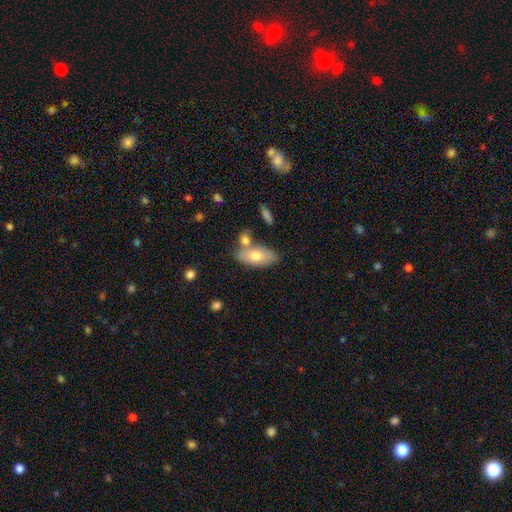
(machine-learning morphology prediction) Overall: smooth (72%). How rounded: in between (90%). Merging: none (61%).